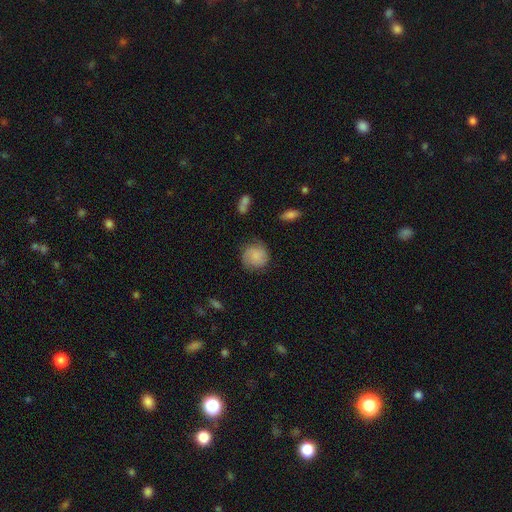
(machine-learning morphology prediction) type=smooth (71%); roundness=round (85%); merging=none (72%).